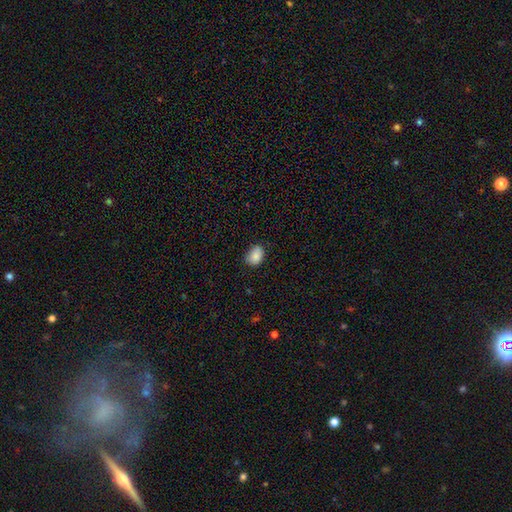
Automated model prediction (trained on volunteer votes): Overall: smooth (87%). How rounded: in between (77%). Merging: none (75%).